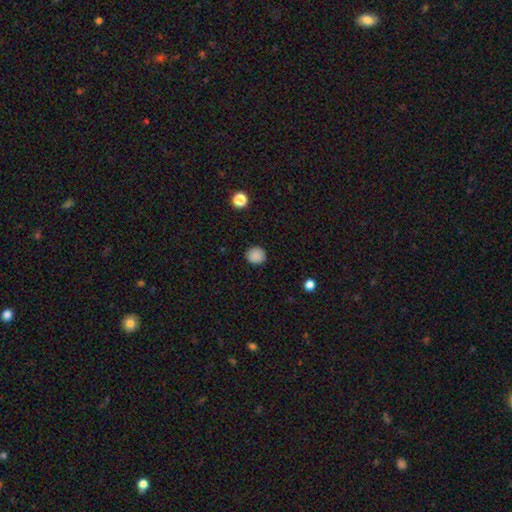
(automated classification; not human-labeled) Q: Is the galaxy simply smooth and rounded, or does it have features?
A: smooth — 87%.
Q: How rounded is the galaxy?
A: round — 88%.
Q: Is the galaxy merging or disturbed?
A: none — 89%.